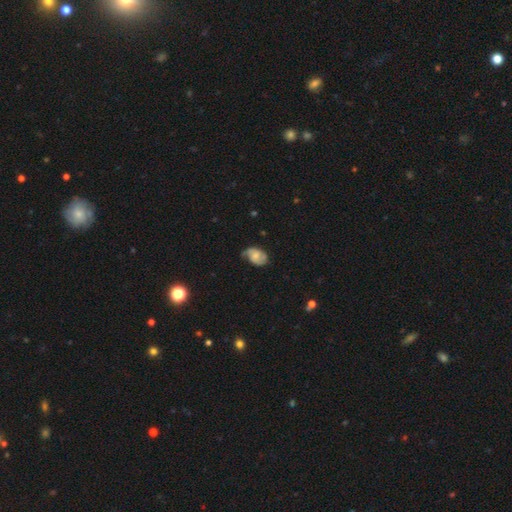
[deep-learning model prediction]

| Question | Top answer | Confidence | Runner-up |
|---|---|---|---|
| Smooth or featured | featured or disk | 47% | smooth (45%) |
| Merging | none | 52% | minor disturbance (35%) |